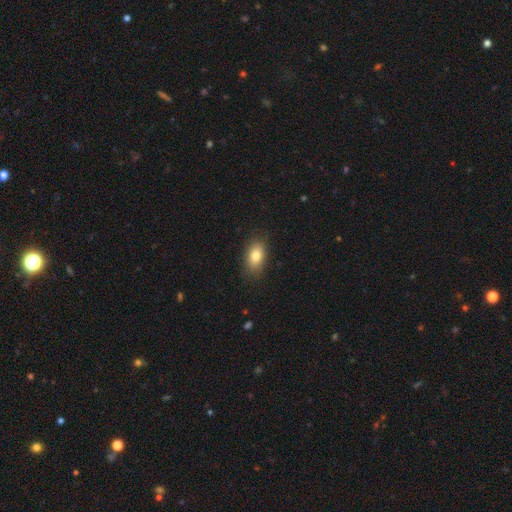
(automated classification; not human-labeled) Smooth or featured?
  - smooth: 81% *
  - featured or disk: 11%
  - star or artifact: 8%
How rounded?
  - in between: 88% *
  - round: 9%
  - cigar-shaped: 3%
Merging?
  - none: 85% *
  - minor disturbance: 11%
  - major disturbance: 3%
  - merger: 1%